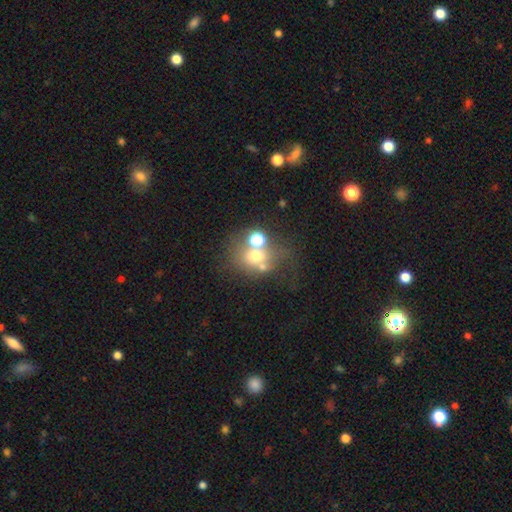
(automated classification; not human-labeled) smooth_or_featured: smooth (p=0.56) [alt: star or artifact p=0.22]
how_rounded: round (p=0.67) [alt: in between p=0.32]
merging: none (p=0.40) [alt: merger p=0.38]